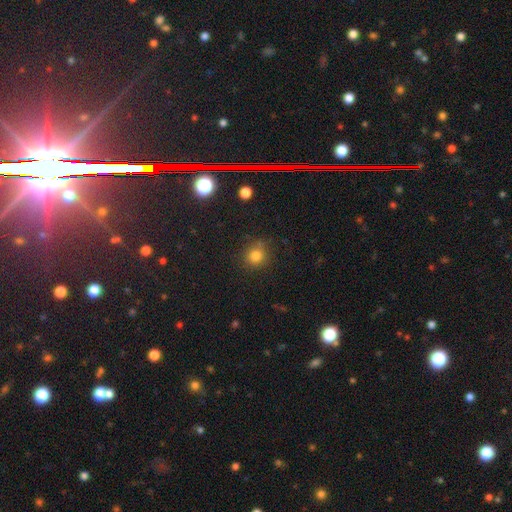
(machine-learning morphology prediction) smooth-or-featured: smooth: 81% | star or artifact: 14% | featured or disk: 5%
  how-rounded: round: 87% | in between: 12% | cigar-shaped: 1%
  merging: none: 82% | minor disturbance: 12% | major disturbance: 4% | merger: 3%